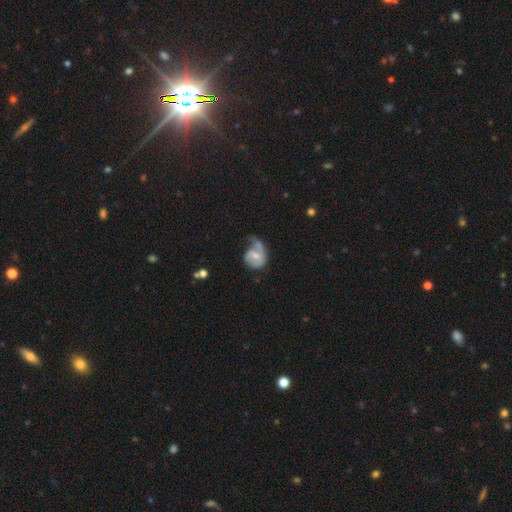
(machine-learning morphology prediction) smooth_or_featured: featured or disk (p=0.56) [alt: smooth p=0.37]
disk_edge_on: no (p=0.97) [alt: yes p=0.03]
bar: weak (p=0.47) [alt: no p=0.38]
has_spiral_arms: yes (p=0.73) [alt: no p=0.27]
bulge_size: small (p=0.48) [alt: moderate p=0.40]
merging: major disturbance (p=0.37) [alt: none p=0.28]